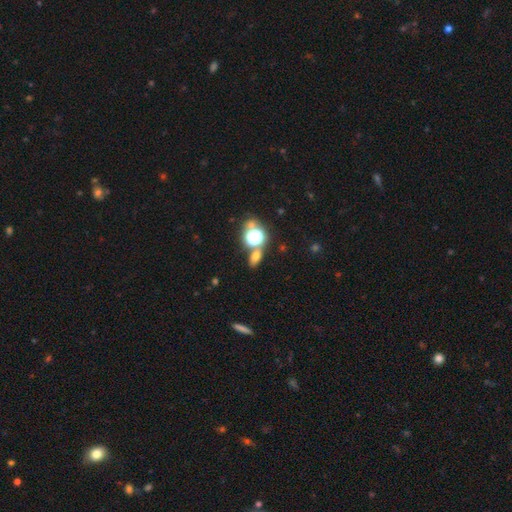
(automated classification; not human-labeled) This is likely a smooth galaxy (62%). How rounded: likely in between (65%). Merging: likely none (72%).